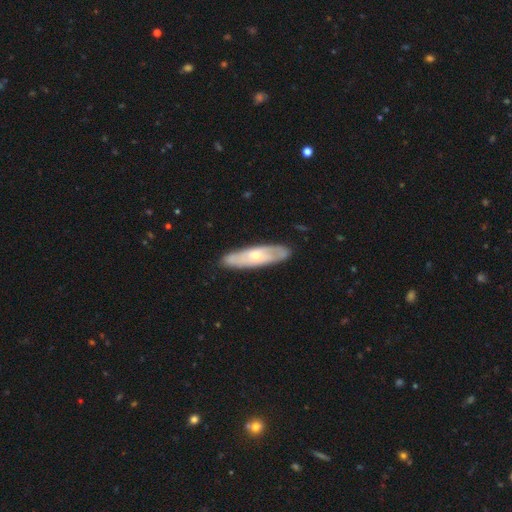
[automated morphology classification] featured or disk 58%, smooth 37%, star or artifact 5%. Down the decision tree: edge-on disk — no (62%); merging — none (85%).